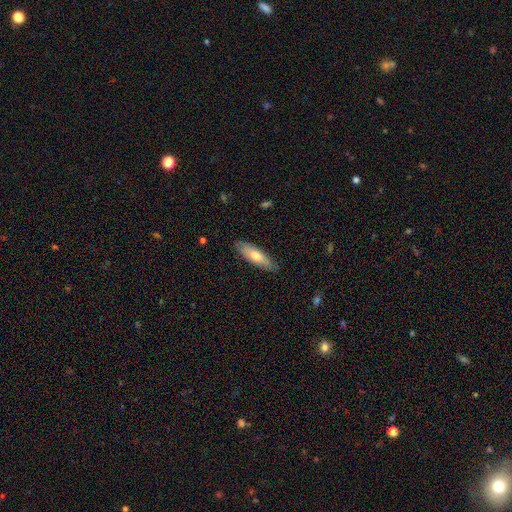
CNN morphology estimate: Smooth or featured?
  - smooth: 63% *
  - featured or disk: 31%
  - star or artifact: 6%
How rounded?
  - cigar-shaped: 52% *
  - in between: 46%
  - round: 2%
Merging?
  - none: 84% *
  - minor disturbance: 13%
  - major disturbance: 2%
  - merger: 1%